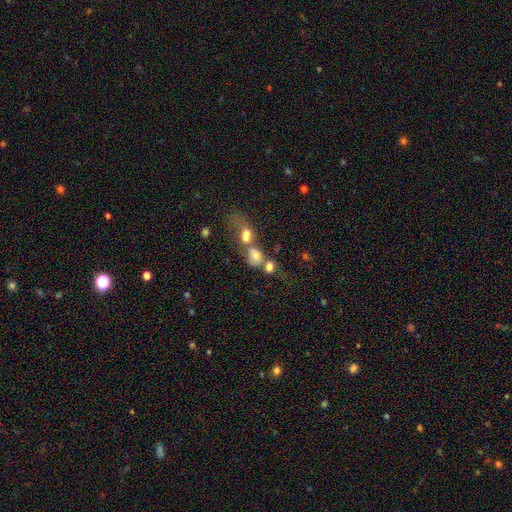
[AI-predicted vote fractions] Smooth or featured? smooth (67%)
How rounded? in between (56%)
Merging? merger (61%)